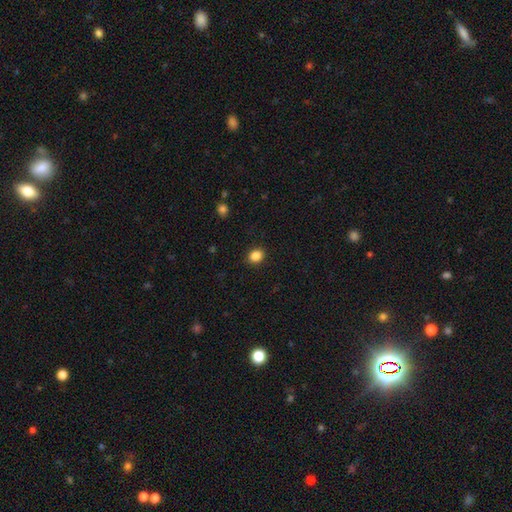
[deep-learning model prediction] Smooth or featured? smooth (86%)
How rounded? round (52%)
Merging? none (90%)